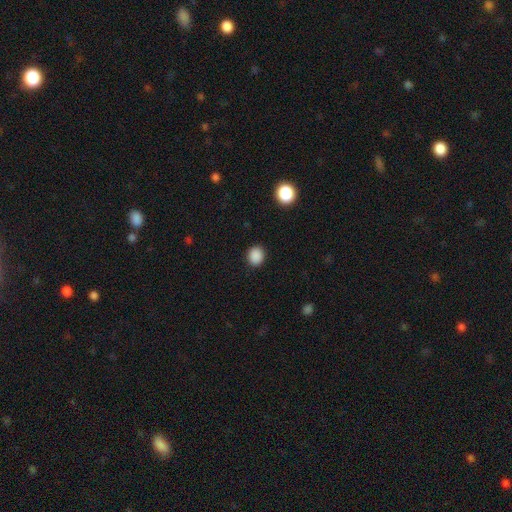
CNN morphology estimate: Smooth or featured: smooth — 88% (star or artifact — 10%)
How rounded: round — 75% (in between — 25%)
Merging: none — 90% (minor disturbance — 7%)